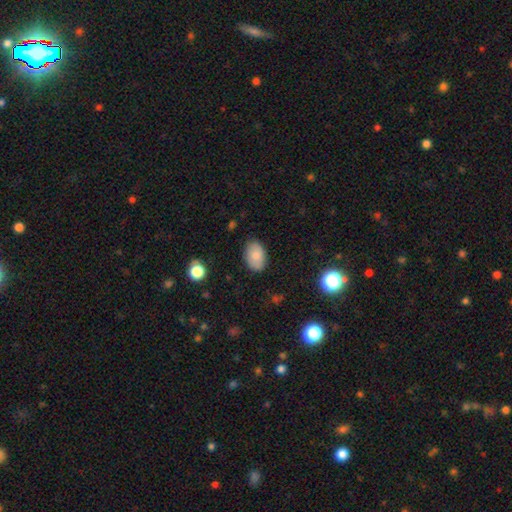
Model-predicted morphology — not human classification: A smooth galaxy with no disk features (83%) that is in between round and cigar-shaped (88%). Merging: none (84%).